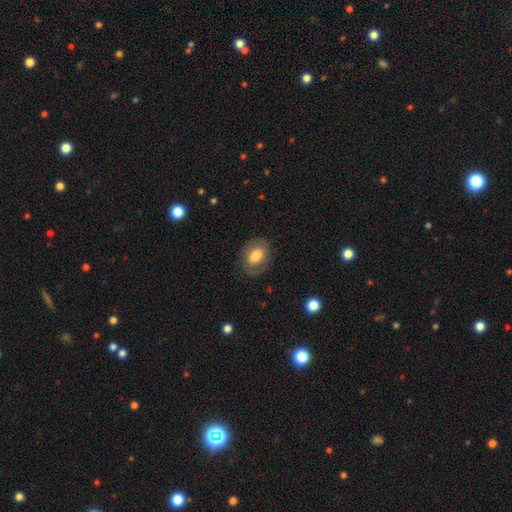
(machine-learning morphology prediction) smooth 66%, featured or disk 27%, star or artifact 7%. Down the decision tree: how rounded — in between (74%); merging — none (78%).